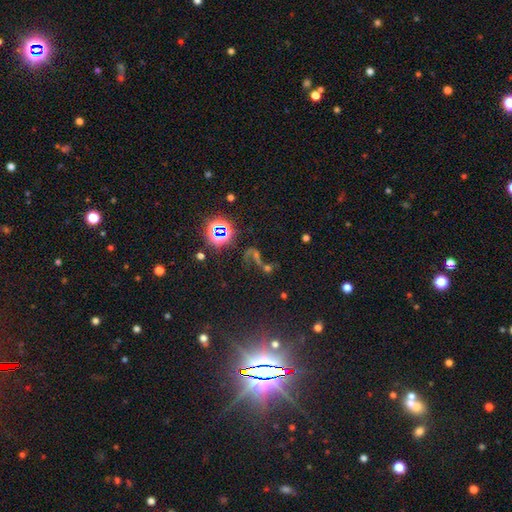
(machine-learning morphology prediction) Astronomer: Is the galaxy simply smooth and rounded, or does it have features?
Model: star or artifact — 54%.